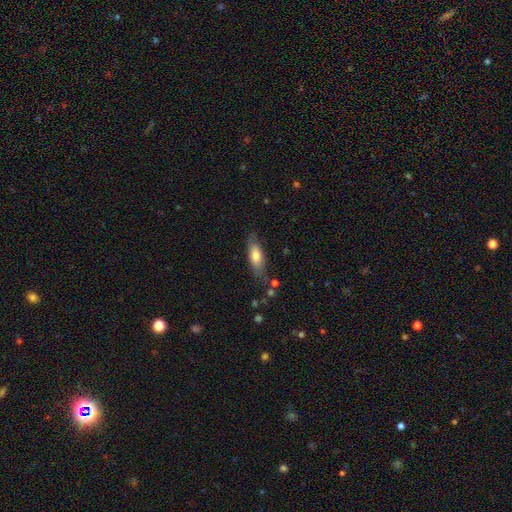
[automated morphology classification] Smooth or featured? Predicted: smooth (p=0.71). How rounded? Predicted: in between (p=0.71). Merging? Predicted: none (p=0.71).